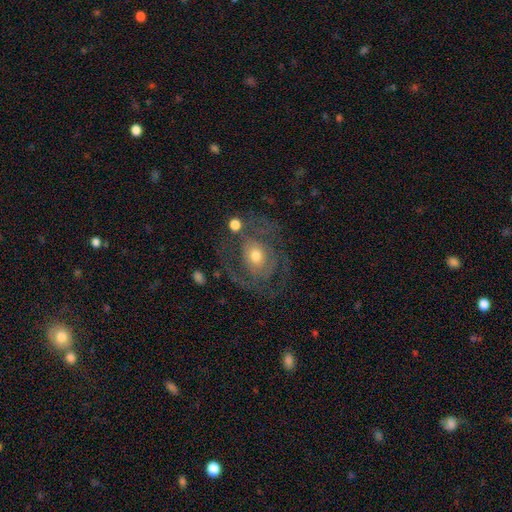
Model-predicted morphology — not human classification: A featured or disk galaxy (67%) with no bar (75%), spiral arms (61%) and a moderate central bulge (64%). Merging: none (55%).